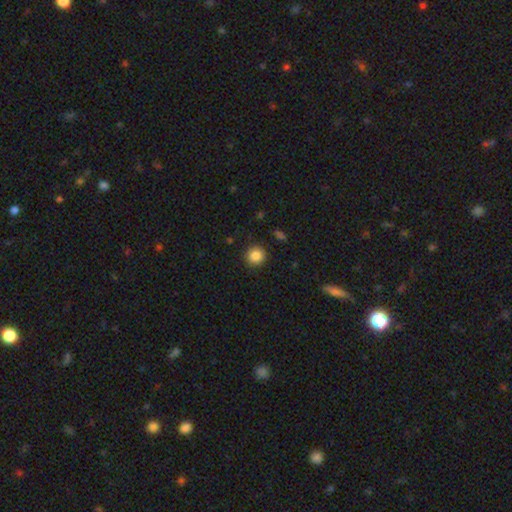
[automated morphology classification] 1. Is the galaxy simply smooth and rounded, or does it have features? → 86% smooth, 10% star or artifact, 4% featured or disk.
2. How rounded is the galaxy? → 93% round, 6% in between, 1% cigar-shaped.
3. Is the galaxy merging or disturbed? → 91% none, 6% minor disturbance, 2% major disturbance, 1% merger.